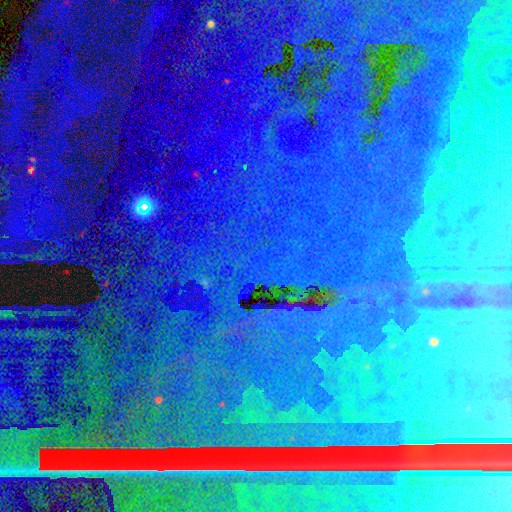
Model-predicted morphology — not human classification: type=star or artifact (86%).